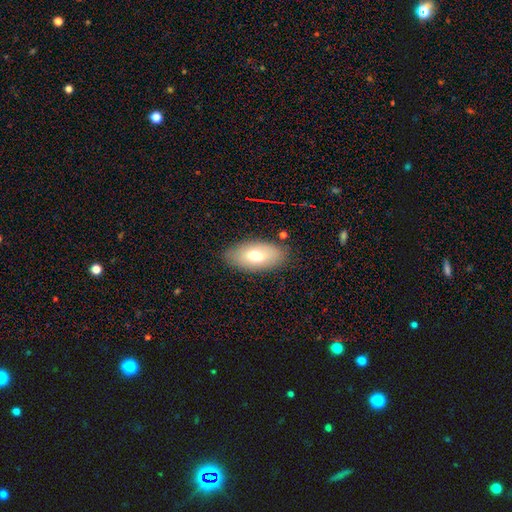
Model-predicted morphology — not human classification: smooth_or_featured: smooth (p=0.69) [alt: featured or disk p=0.23]
how_rounded: in between (p=0.92) [alt: cigar-shaped p=0.04]
merging: none (p=0.84) [alt: minor disturbance p=0.11]